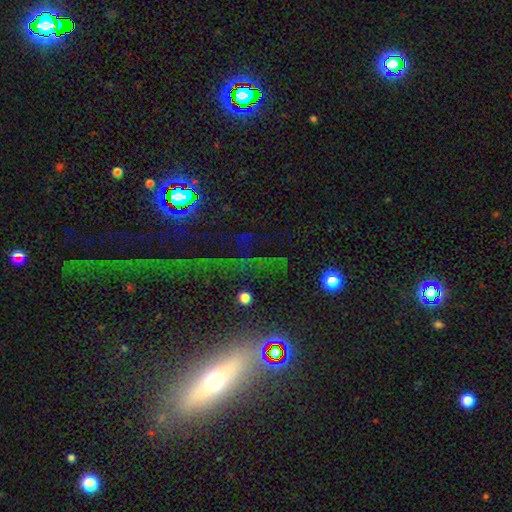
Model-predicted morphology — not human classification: Smooth or featured? Predicted: featured or disk (p=0.43). Merging? Predicted: none (p=0.59).